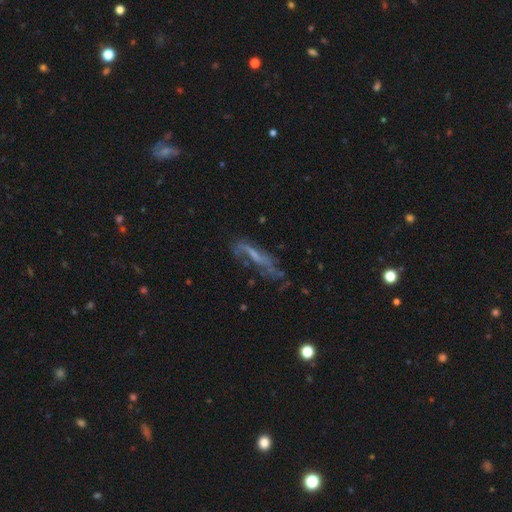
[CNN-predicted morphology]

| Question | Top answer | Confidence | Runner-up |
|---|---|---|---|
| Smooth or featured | featured or disk | 58% | smooth (28%) |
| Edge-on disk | no | 68% | yes (32%) |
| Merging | none | 41% | major disturbance (29%) |